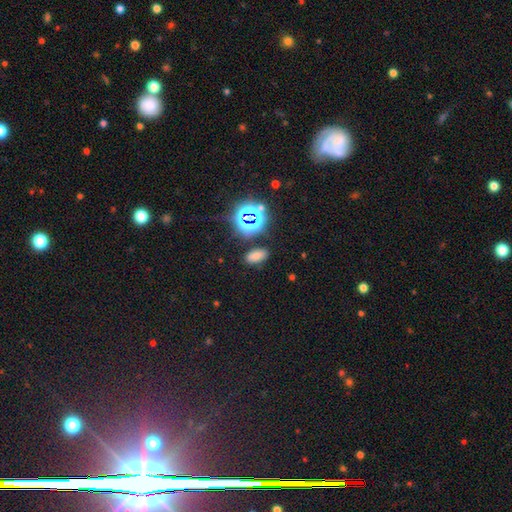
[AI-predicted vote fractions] Smooth or featured?
  - smooth: 66% *
  - star or artifact: 28%
  - featured or disk: 6%
How rounded?
  - in between: 89% *
  - round: 6%
  - cigar-shaped: 5%
Merging?
  - none: 83% *
  - minor disturbance: 10%
  - major disturbance: 4%
  - merger: 3%